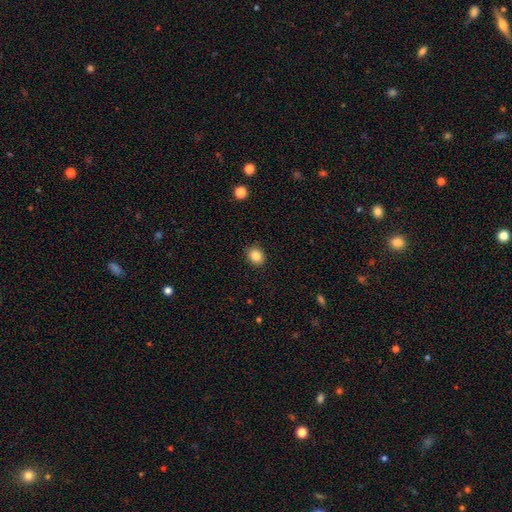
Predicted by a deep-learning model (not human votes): Overall: smooth (86%). How rounded: round (59%; in between 41%). Merging: none (89%).